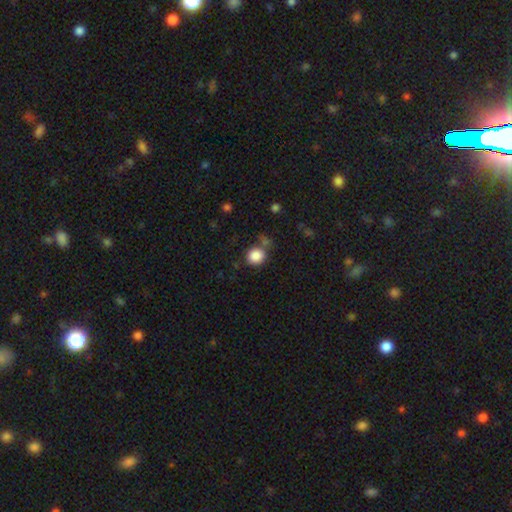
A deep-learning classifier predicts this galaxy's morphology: This is clearly a smooth galaxy (86%). How rounded: clearly round (83%). Merging: likely none (70%).